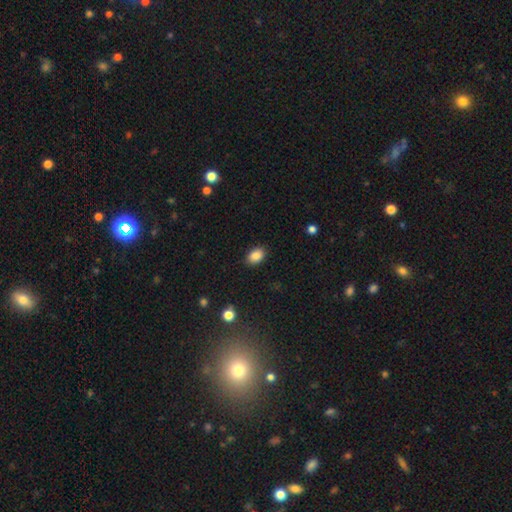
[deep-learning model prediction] smooth-or-featured: smooth: 87% | star or artifact: 9% | featured or disk: 4%
  how-rounded: in between: 83% | round: 16% | cigar-shaped: 1%
  merging: none: 88% | minor disturbance: 9% | major disturbance: 2% | merger: 1%